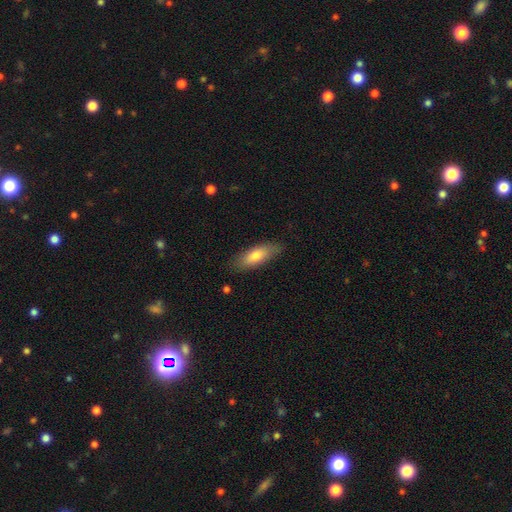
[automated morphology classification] smooth_or_featured: smooth (p=0.75) [alt: featured or disk p=0.19]
how_rounded: in between (p=0.62) [alt: cigar-shaped p=0.36]
merging: none (p=0.83) [alt: minor disturbance p=0.13]